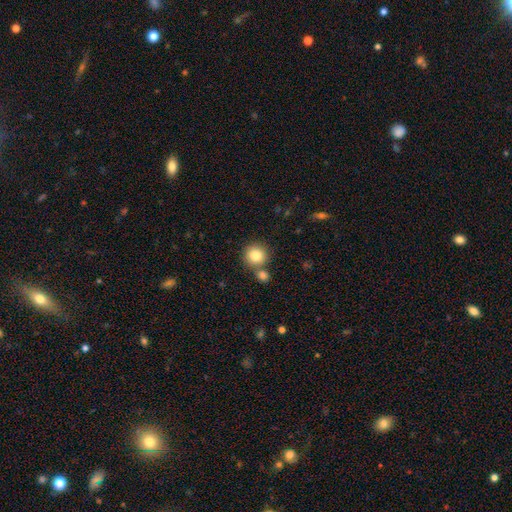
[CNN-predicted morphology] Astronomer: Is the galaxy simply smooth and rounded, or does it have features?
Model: smooth — 82%.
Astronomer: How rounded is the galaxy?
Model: round — 92%.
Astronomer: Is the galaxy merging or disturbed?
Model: none — 67%.